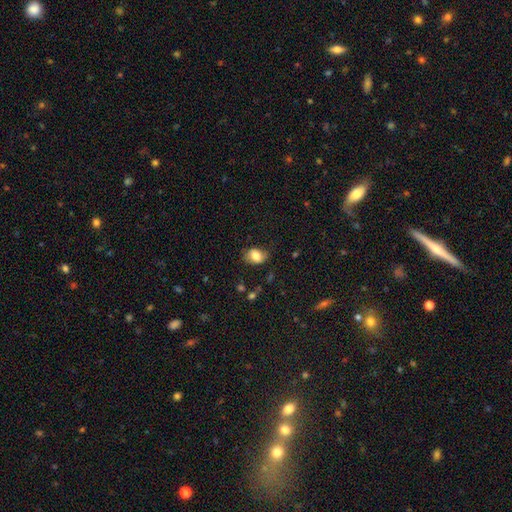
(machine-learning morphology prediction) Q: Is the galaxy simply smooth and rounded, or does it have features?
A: smooth — 78%.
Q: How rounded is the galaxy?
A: in between — 68%.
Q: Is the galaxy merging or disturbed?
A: none — 68%.